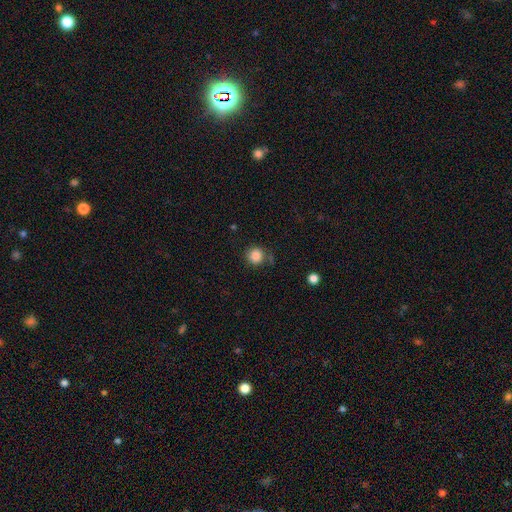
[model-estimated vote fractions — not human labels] This is clearly a smooth galaxy (86%). How rounded: clearly round (93%). Merging: likely none (77%).